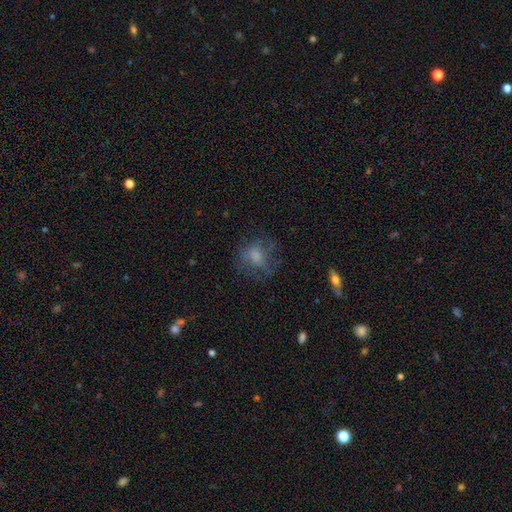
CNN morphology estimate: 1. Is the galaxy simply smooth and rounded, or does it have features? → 59% smooth, 28% featured or disk, 13% star or artifact.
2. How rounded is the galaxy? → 60% round, 38% in between, 2% cigar-shaped.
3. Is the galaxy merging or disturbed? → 56% none, 22% major disturbance, 21% minor disturbance, 2% merger.